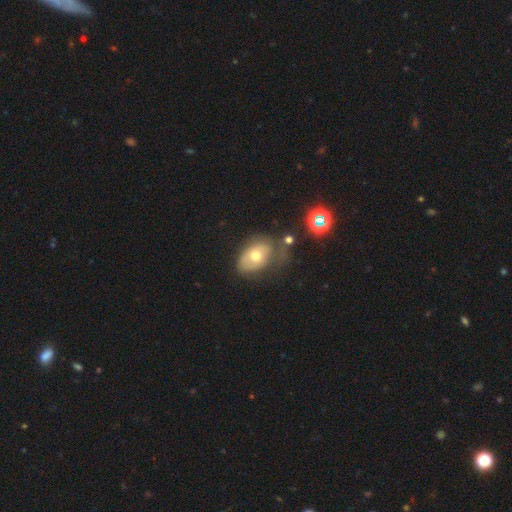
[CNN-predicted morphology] Overall: smooth (58%; featured or disk 32%). How rounded: in between (82%). Merging: none (46%; minor disturbance 29%).